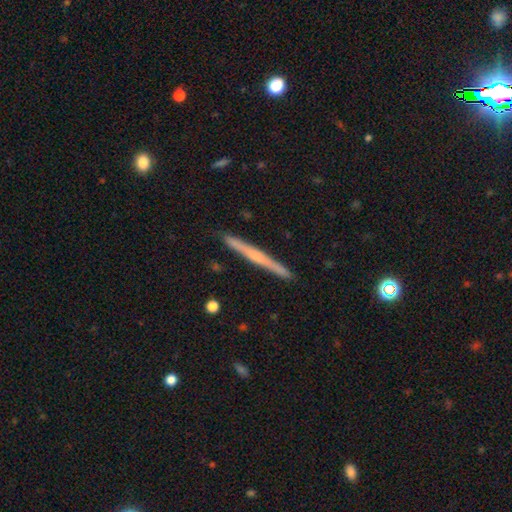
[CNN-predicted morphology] This appears to be a featured or disk galaxy (57%) viewed edge-on (98%) with no central bulge (57%). Merging: none (92%).